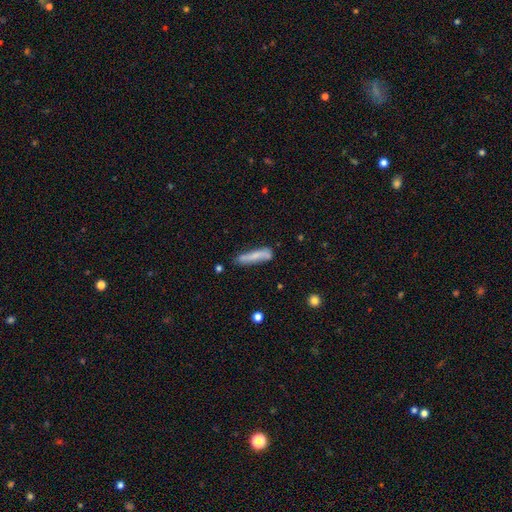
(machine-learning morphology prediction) Smooth or featured: smooth — 66% (featured or disk — 28%)
How rounded: cigar-shaped — 86% (in between — 12%)
Merging: none — 66% (minor disturbance — 23%)